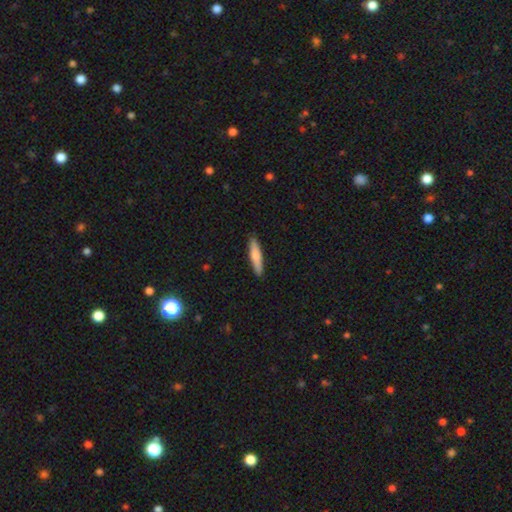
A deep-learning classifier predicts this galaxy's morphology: The model was most divided on "smooth or featured": smooth: 76%, featured or disk: 19%, star or artifact: 5%. More confident: merging — none (91%); how rounded — cigar-shaped (84%).